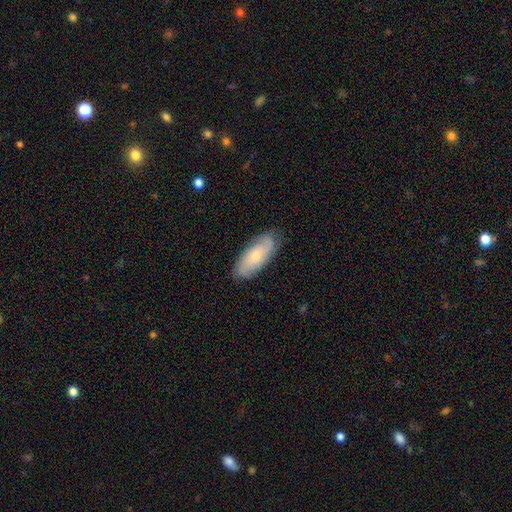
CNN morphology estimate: smooth 57%, featured or disk 37%, star or artifact 6%. Down the decision tree: how rounded — in between (79%); merging — none (81%).